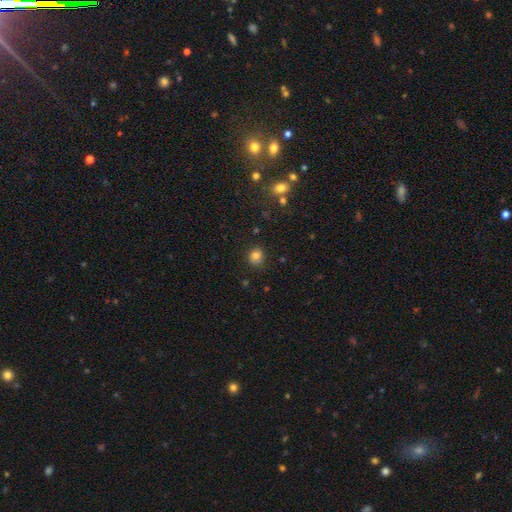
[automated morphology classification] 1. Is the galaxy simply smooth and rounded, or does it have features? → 80% smooth, 12% star or artifact, 7% featured or disk.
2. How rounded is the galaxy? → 78% round, 22% in between, 1% cigar-shaped.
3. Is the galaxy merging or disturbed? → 82% none, 13% minor disturbance, 3% major disturbance, 2% merger.